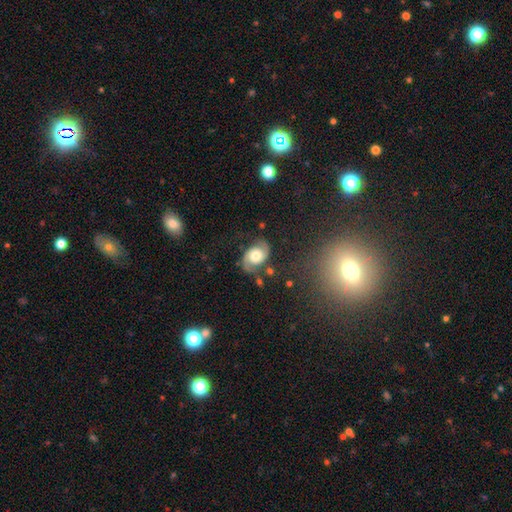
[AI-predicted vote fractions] Smooth or featured? Predicted: featured or disk (p=0.77). Edge-on disk? Predicted: no (p=0.97). Bar? Predicted: no (p=0.71). Spiral arms? Predicted: yes (p=0.94). Spiral winding? Predicted: medium (p=0.48). Spiral arm count? Predicted: 2 (p=0.92). Bulge size? Predicted: moderate (p=0.59). Merging? Predicted: none (p=0.73).